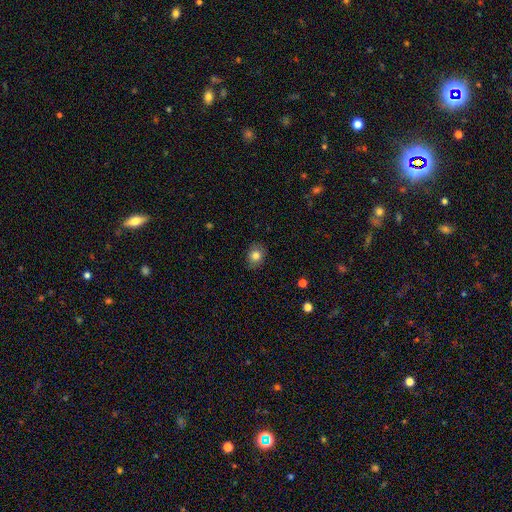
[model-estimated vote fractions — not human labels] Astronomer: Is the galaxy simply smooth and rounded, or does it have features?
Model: smooth — 82%.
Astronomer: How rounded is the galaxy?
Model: round — 53% (runner-up: in between, 46%).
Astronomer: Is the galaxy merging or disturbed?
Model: none — 85%.